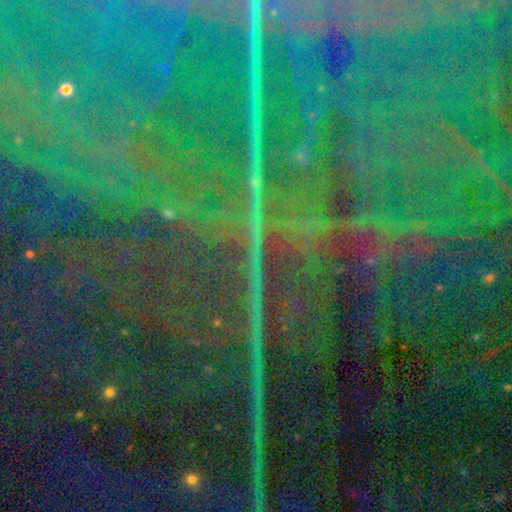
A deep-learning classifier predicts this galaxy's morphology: Overall: star or artifact (86%).